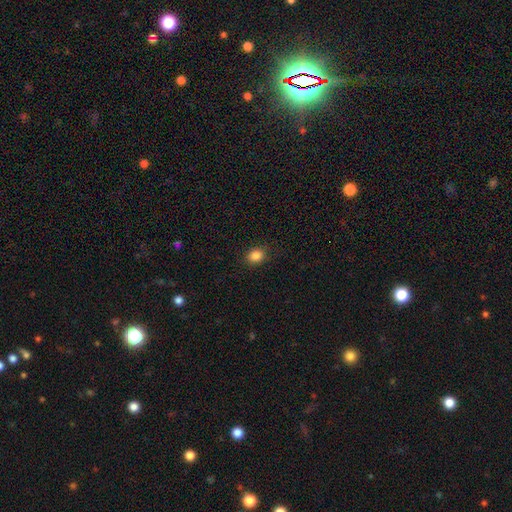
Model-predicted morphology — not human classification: Smooth or featured: smooth — 85% (star or artifact — 11%)
How rounded: round — 56% (in between — 43%)
Merging: none — 88% (minor disturbance — 9%)